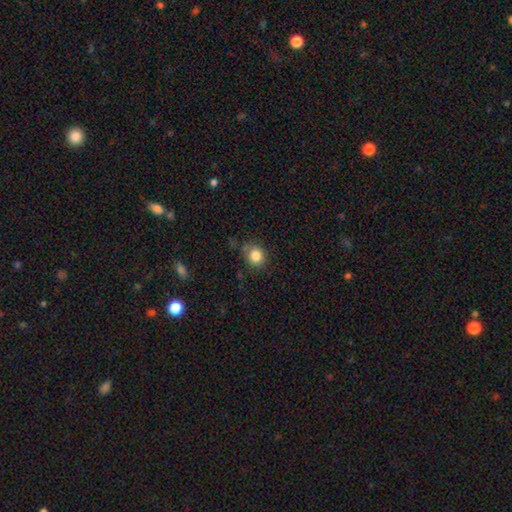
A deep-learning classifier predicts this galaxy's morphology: Smooth or featured?
  - smooth: 85% *
  - star or artifact: 10%
  - featured or disk: 5%
How rounded?
  - round: 82% *
  - in between: 17%
  - cigar-shaped: 1%
Merging?
  - none: 75% *
  - minor disturbance: 16%
  - major disturbance: 5%
  - merger: 4%